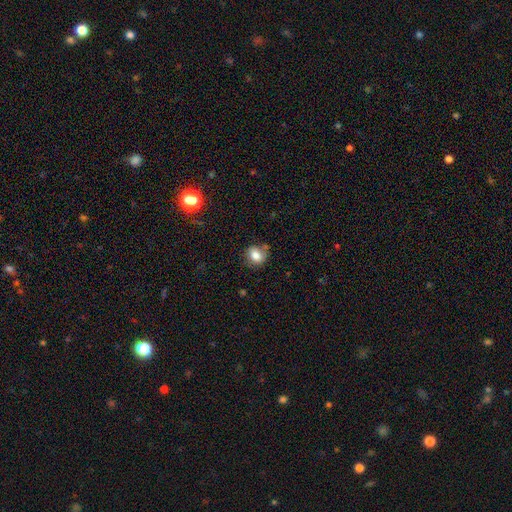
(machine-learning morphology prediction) The model was most divided on "how rounded": round: 60%, in between: 39%, cigar-shaped: 1%. More confident: smooth or featured — smooth (78%); merging — none (68%).